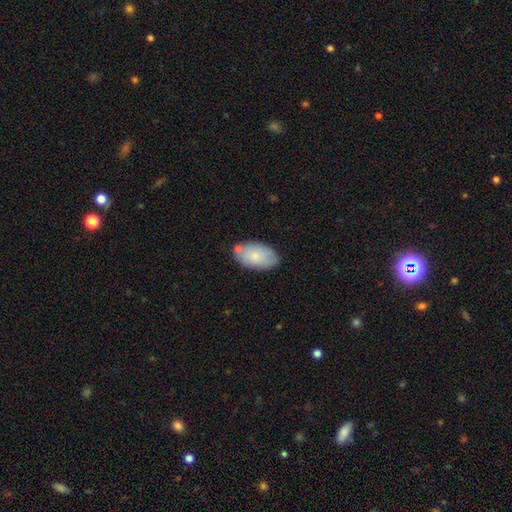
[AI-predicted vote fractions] The model was most divided on "merging": none: 74%, minor disturbance: 17%, merger: 6%, major disturbance: 3%. More confident: how rounded — in between (95%); smooth or featured — smooth (76%).